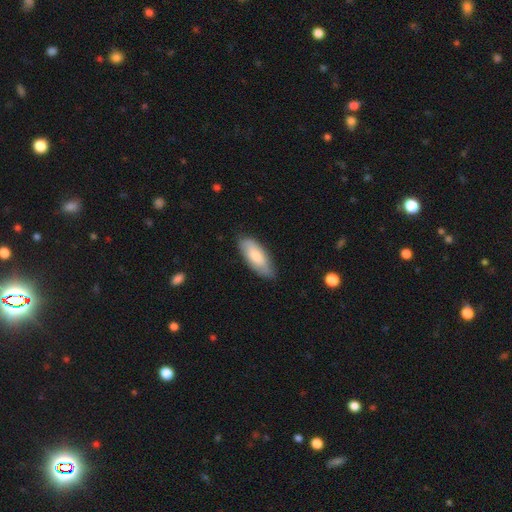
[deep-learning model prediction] This is likely a smooth galaxy (72%). How rounded: likely in between (79%). Merging: likely none (75%).